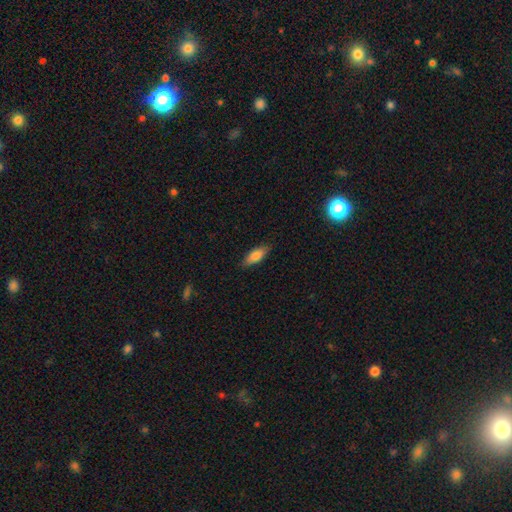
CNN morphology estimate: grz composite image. It shows a smooth galaxy with no disk features (79%) that is in between round and cigar-shaped (68%). Merging: none (86%).